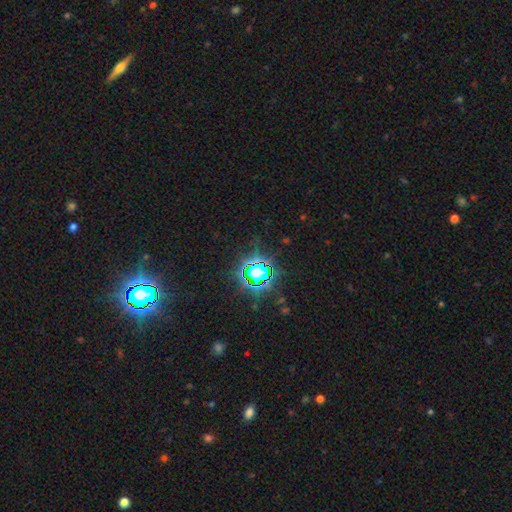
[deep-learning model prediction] Overall: star or artifact (82%).